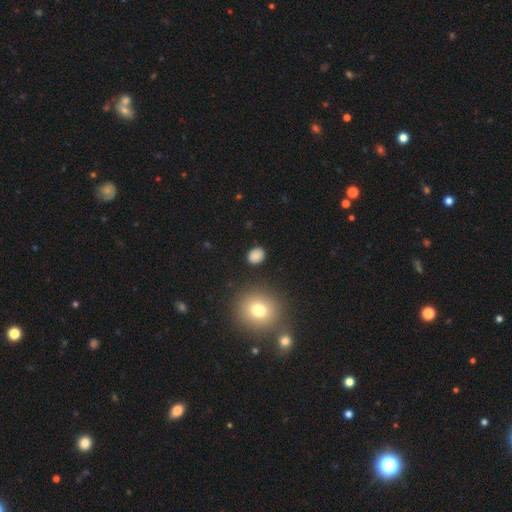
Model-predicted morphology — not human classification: Overall: smooth (83%). How rounded: round (53%; in between 46%). Merging: none (86%).